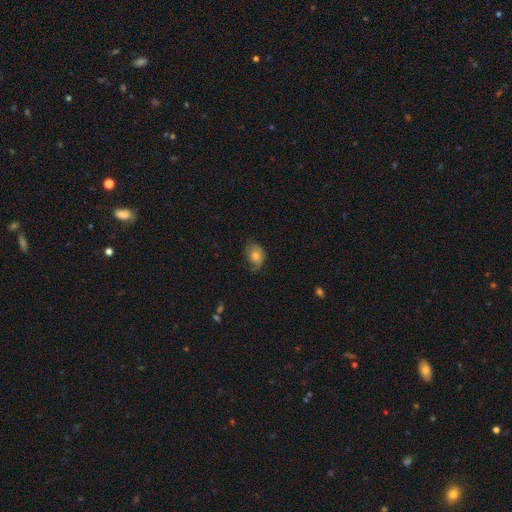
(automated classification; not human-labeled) This appears to be a smooth galaxy with no disk features (61%) that is in between round and cigar-shaped (58%). Merging: none (53%).